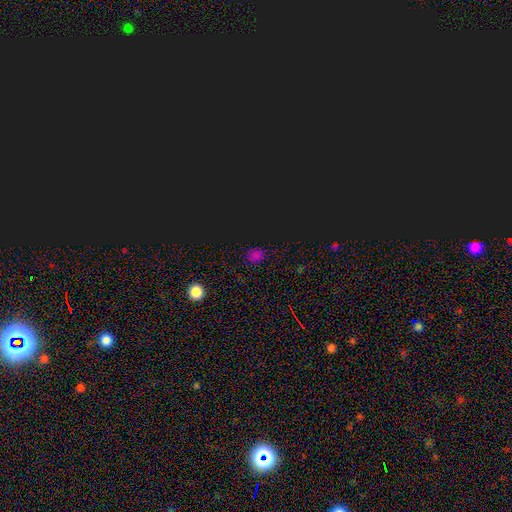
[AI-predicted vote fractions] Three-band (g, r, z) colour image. It shows a smooth galaxy with no disk features (55%) that is round (76%). Merging: none (86%).